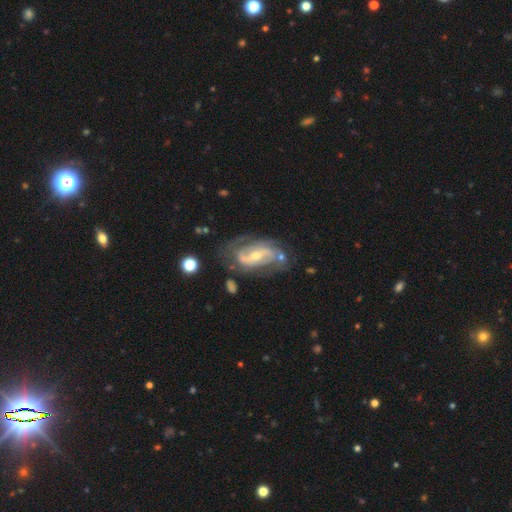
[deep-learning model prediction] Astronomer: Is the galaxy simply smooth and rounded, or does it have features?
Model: featured or disk — 87%.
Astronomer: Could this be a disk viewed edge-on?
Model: no — 95%.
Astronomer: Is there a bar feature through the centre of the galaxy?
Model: weak — 40% (runner-up: strong, 34%).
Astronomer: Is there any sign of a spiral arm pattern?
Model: yes — 93%.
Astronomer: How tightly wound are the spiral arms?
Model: medium — 46% (runner-up: tight, 33%).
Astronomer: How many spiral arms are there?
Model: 2 — 76%.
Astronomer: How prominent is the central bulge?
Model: moderate — 50% (runner-up: small, 46%).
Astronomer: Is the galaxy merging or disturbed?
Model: none — 62%.